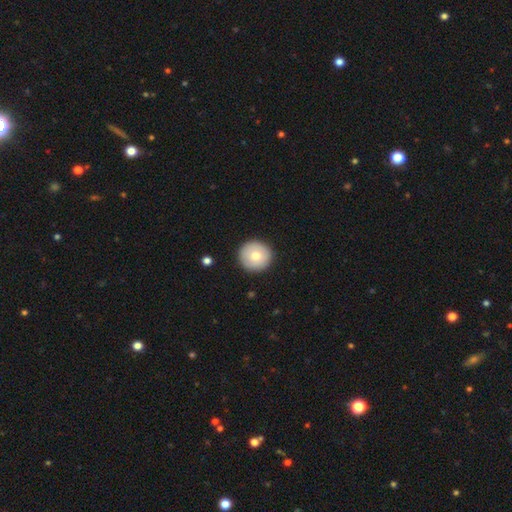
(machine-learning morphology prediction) smooth 73%, featured or disk 19%, star or artifact 7%. Down the decision tree: how rounded — round (95%); merging — none (91%).